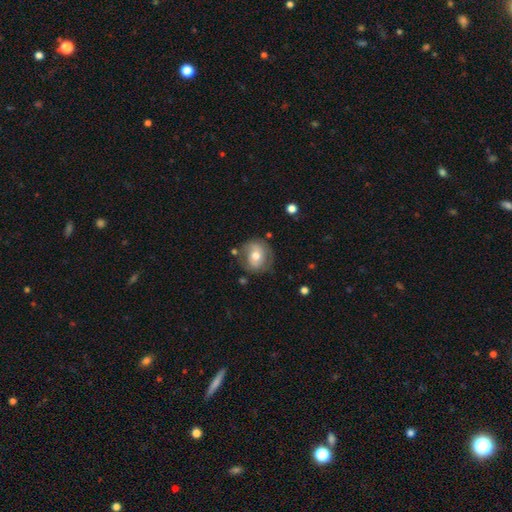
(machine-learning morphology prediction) smooth_or_featured: smooth (p=0.55) [alt: featured or disk p=0.37]
how_rounded: round (p=0.75) [alt: in between p=0.24]
merging: none (p=0.64) [alt: minor disturbance p=0.23]